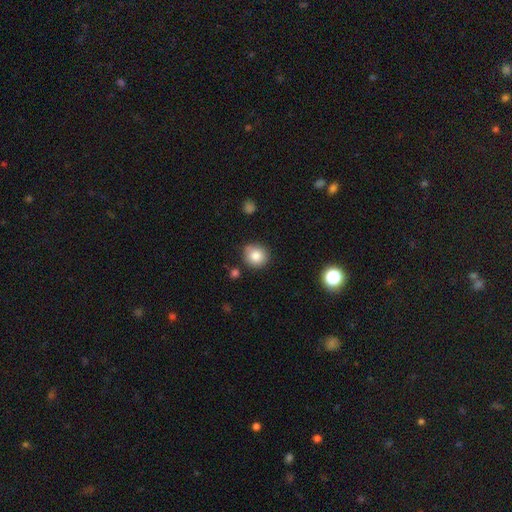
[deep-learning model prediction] A smooth galaxy with no disk features (82%) that is round (87%).

Vote fractions:
- Smooth or featured? smooth: 82% / star or artifact: 10% / featured or disk: 8%
- How rounded? round: 87% / in between: 12% / cigar-shaped: 1%
- Merging? none: 81% / minor disturbance: 12% / merger: 4% / major disturbance: 3%